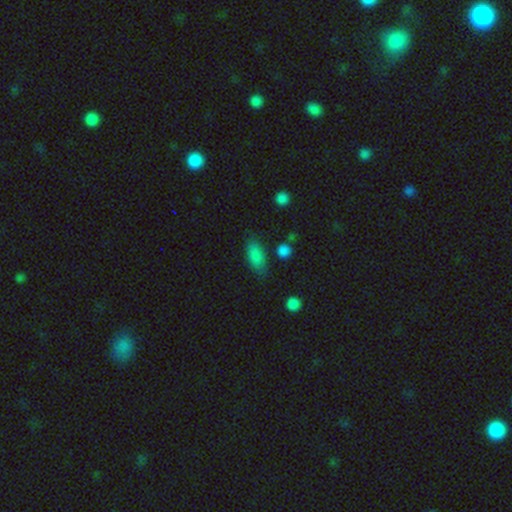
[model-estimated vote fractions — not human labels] This is clearly a smooth galaxy (83%). How rounded: clearly in between (84%). Merging: likely none (74%).